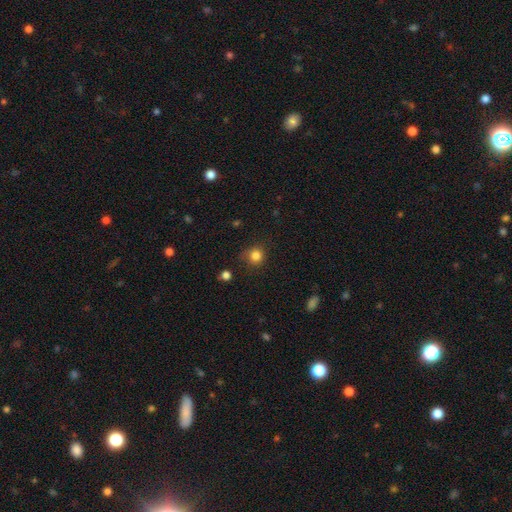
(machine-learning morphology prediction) smooth-or-featured: smooth: 83% | star or artifact: 12% | featured or disk: 5%
  how-rounded: round: 89% | in between: 10% | cigar-shaped: 1%
  merging: none: 76% | minor disturbance: 17% | major disturbance: 5% | merger: 2%